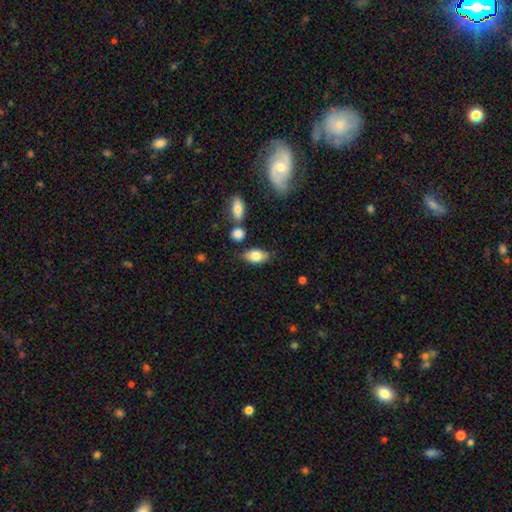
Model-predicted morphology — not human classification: The model was most divided on "merging": none: 74%, minor disturbance: 16%, merger: 7%, major disturbance: 4%. More confident: how rounded — in between (90%); smooth or featured — smooth (80%).